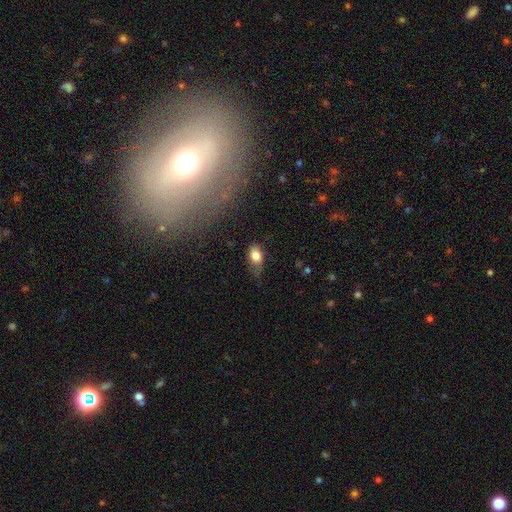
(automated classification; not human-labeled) smooth-or-featured: smooth: 78% | featured or disk: 13% | star or artifact: 9%
  how-rounded: in between: 85% | round: 12% | cigar-shaped: 3%
  merging: none: 51% | minor disturbance: 36% | major disturbance: 11% | merger: 2%